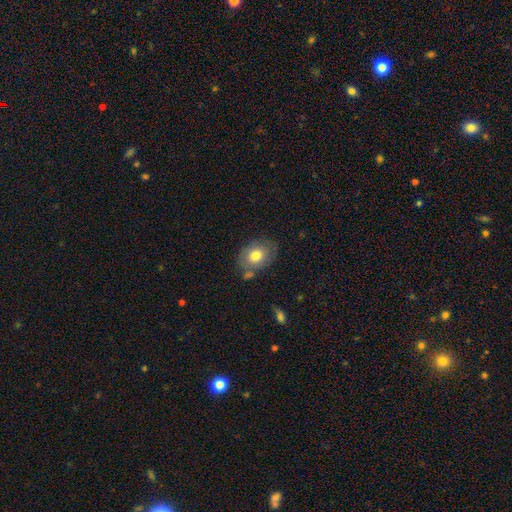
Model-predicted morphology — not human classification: Smooth or featured? Predicted: smooth (p=0.74). How rounded? Predicted: in between (p=0.66). Merging? Predicted: none (p=0.66).